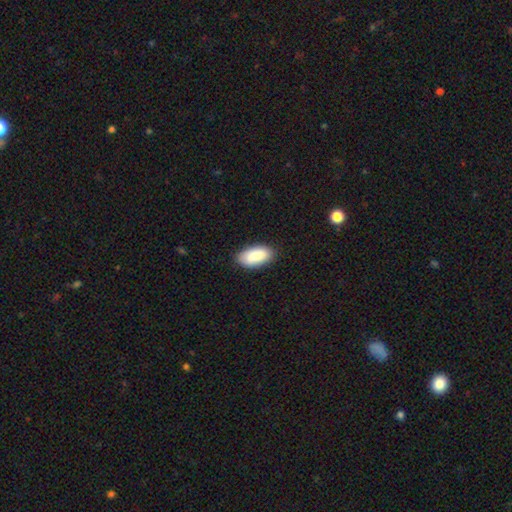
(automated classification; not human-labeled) Morphology: type=smooth (88%); roundness=in between (94%); merging=none (84%).